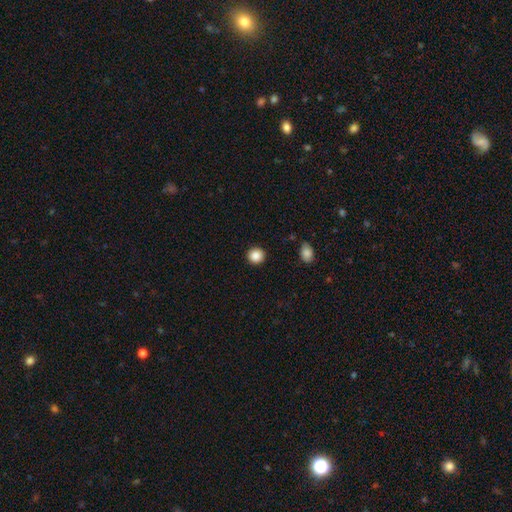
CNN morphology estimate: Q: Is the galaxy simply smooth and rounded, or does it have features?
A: smooth — 88%.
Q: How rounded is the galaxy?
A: round — 92%.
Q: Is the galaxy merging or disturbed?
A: none — 92%.